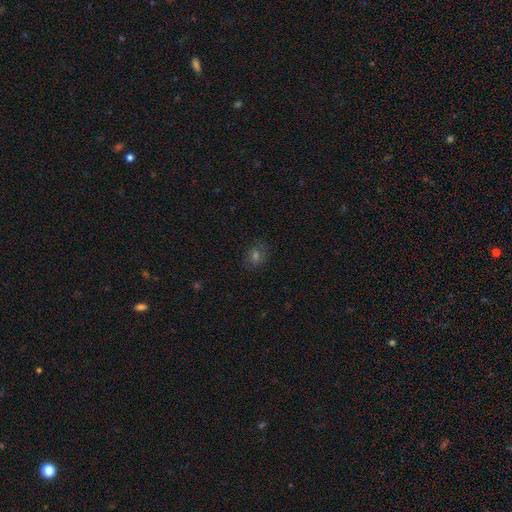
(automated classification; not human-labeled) Smooth or featured? smooth (53%)
How rounded? round (66%)
Merging? none (82%)